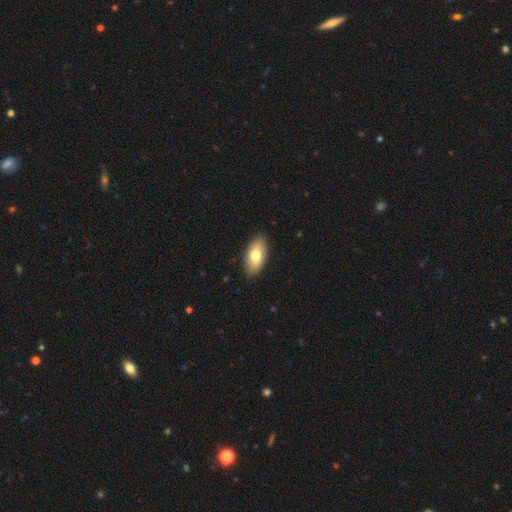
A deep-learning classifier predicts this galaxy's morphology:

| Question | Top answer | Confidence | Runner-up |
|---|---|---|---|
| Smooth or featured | smooth | 77% | featured or disk (17%) |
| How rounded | in between | 91% | cigar-shaped (7%) |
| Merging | none | 89% | minor disturbance (8%) |